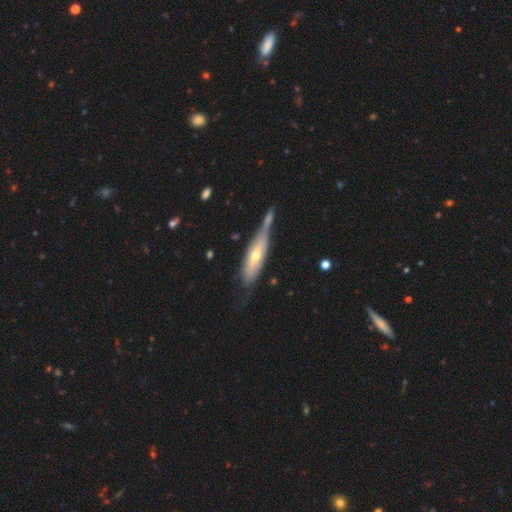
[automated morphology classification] Smooth or featured: featured or disk — 59% (smooth — 35%)
Edge-on disk: yes — 63% (no — 37%)
Merging: none — 45% (minor disturbance — 26%)